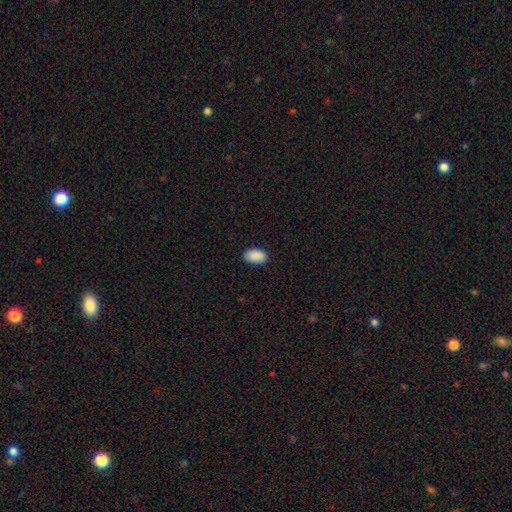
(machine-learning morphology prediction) A smooth galaxy with no disk features (91%) that is in between round and cigar-shaped (94%).

Vote fractions:
- Smooth or featured? smooth: 91% / star or artifact: 7% / featured or disk: 3%
- How rounded? in between: 94% / round: 4% / cigar-shaped: 1%
- Merging? none: 87% / minor disturbance: 10% / major disturbance: 2% / merger: 1%